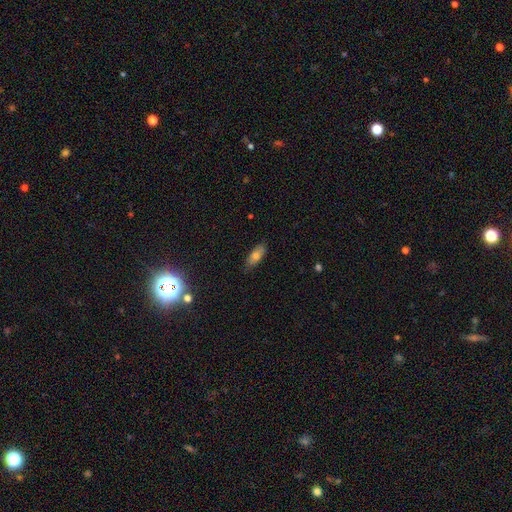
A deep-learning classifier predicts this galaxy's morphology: smooth 72%, featured or disk 20%, star or artifact 9%. Down the decision tree: how rounded — in between (77%); merging — none (83%).